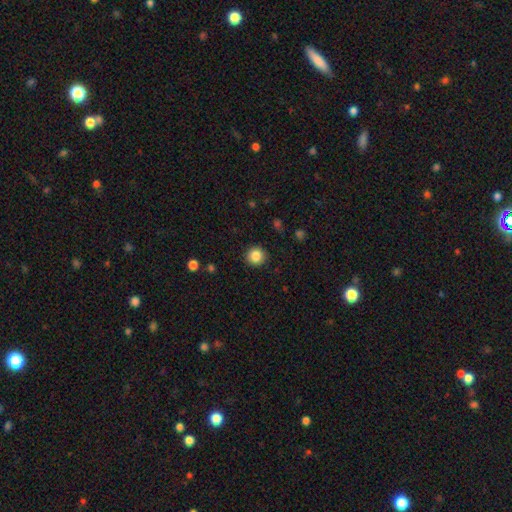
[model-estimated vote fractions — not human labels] Overall: smooth (85%). How rounded: round (93%). Merging: none (91%).